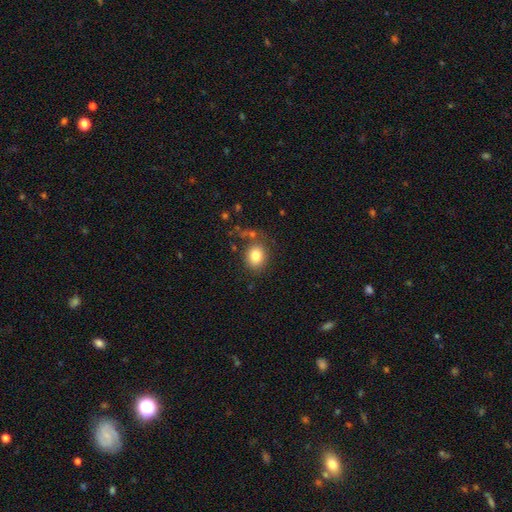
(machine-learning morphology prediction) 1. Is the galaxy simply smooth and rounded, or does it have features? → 82% smooth, 10% star or artifact, 8% featured or disk.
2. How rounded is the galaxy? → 62% round, 37% in between, 1% cigar-shaped.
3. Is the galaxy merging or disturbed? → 75% none, 13% minor disturbance, 6% merger, 5% major disturbance.